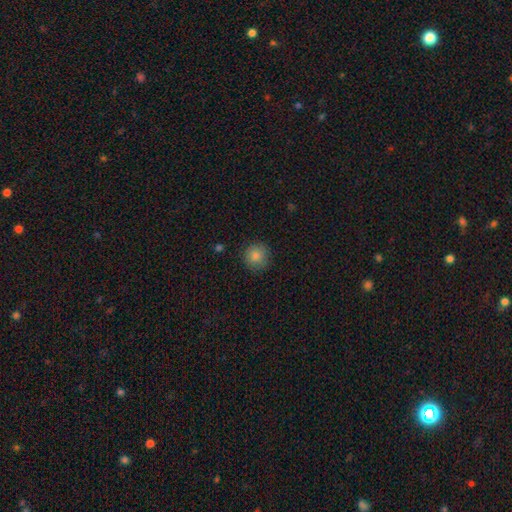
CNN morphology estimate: Q: Smooth or featured?
A: smooth (85%); runner-up: star or artifact (9%)
Q: How rounded?
A: round (93%); runner-up: in between (6%)
Q: Merging?
A: none (87%); runner-up: minor disturbance (9%)